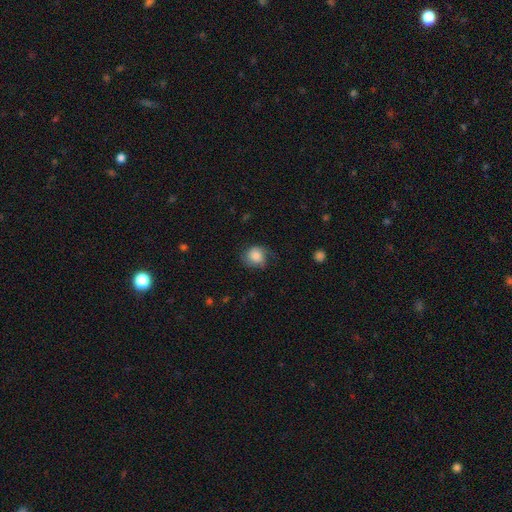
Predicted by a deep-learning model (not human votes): The model was most divided on "merging": none: 59%, minor disturbance: 27%, major disturbance: 12%, merger: 1%. More confident: how rounded — round (77%); smooth or featured — smooth (77%).